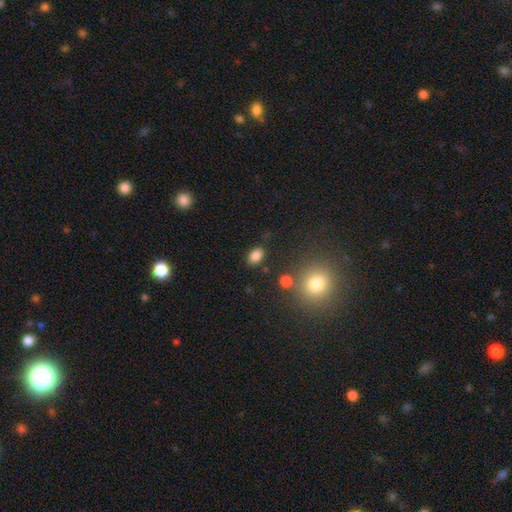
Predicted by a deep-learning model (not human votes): smooth-or-featured: smooth: 84% | star or artifact: 11% | featured or disk: 5%
  how-rounded: in between: 83% | round: 16% | cigar-shaped: 1%
  merging: none: 82% | minor disturbance: 11% | merger: 4% | major disturbance: 3%